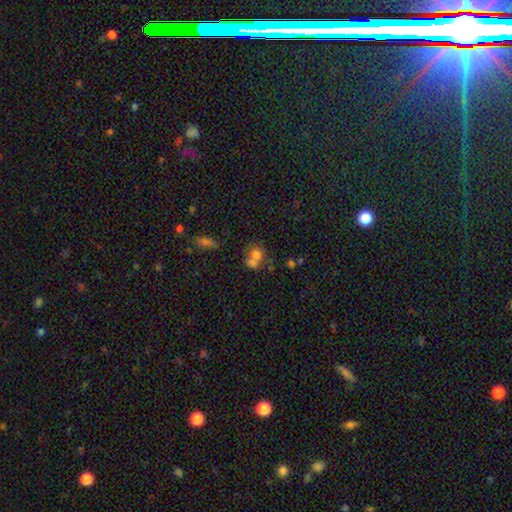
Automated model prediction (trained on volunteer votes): This is likely a smooth galaxy (64%). How rounded: likely round (68%). Merging: possibly merger (53%).